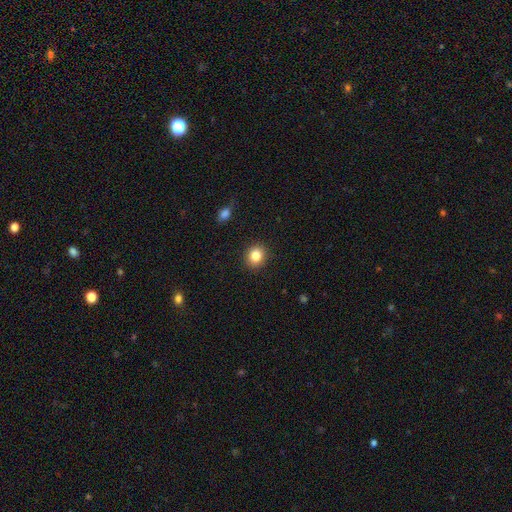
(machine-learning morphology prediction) A smooth galaxy with no disk features (84%) that is round (78%). Merging: none (90%).